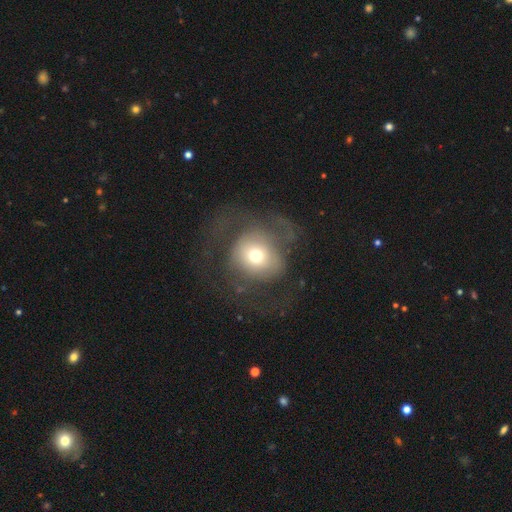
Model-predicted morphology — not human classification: A smooth galaxy with no disk features (56%) that is round (82%).

Vote fractions:
- Smooth or featured? smooth: 56% / featured or disk: 33% / star or artifact: 11%
- How rounded? round: 82% / in between: 17% / cigar-shaped: 1%
- Merging? major disturbance: 46% / none: 34% / minor disturbance: 17% / merger: 2%